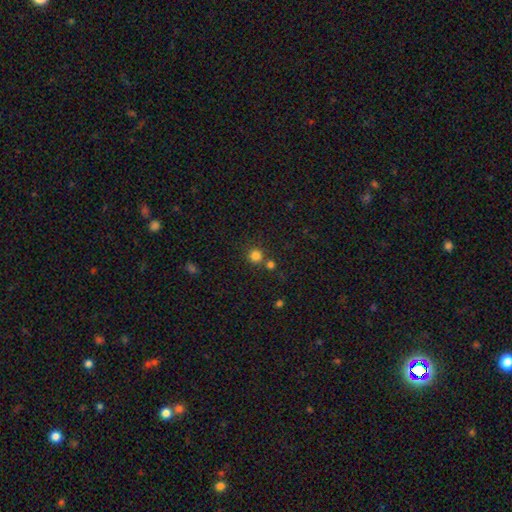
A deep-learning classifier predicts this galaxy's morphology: type=smooth (81%); roundness=round (94%); merging=none (72%).